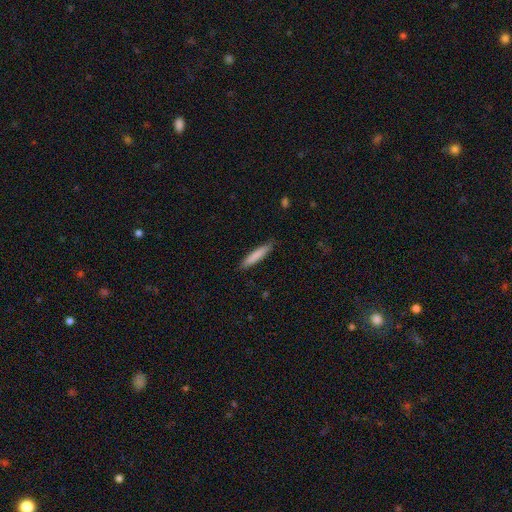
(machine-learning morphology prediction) Smooth or featured?
  - smooth: 81% *
  - featured or disk: 13%
  - star or artifact: 6%
How rounded?
  - cigar-shaped: 91% *
  - in between: 8%
  - round: 1%
Merging?
  - none: 86% *
  - minor disturbance: 11%
  - major disturbance: 2%
  - merger: 1%